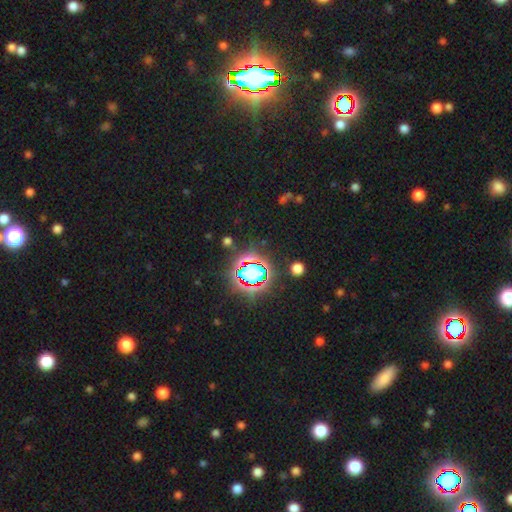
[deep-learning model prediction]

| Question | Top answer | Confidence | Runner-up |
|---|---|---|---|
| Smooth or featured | star or artifact | 82% | smooth (10%) |